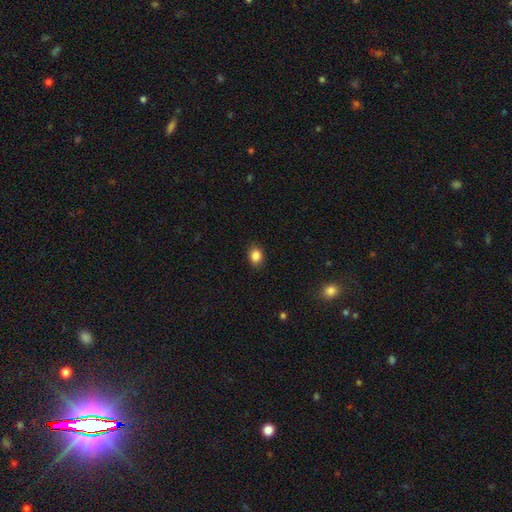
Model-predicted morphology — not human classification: A smooth galaxy with no disk features (86%) that is in between round and cigar-shaped (54%). Merging: none (87%).